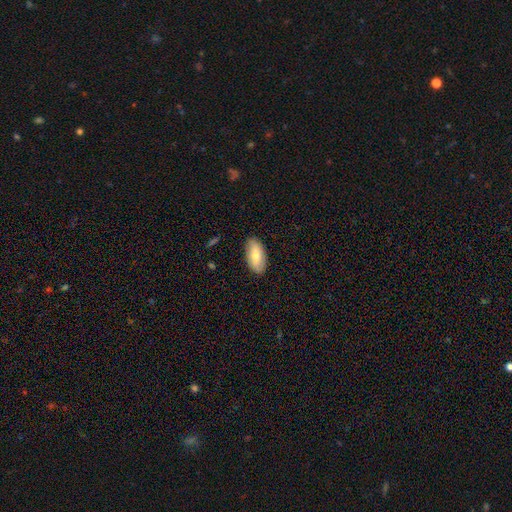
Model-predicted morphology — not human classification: type=smooth (68%); roundness=in between (90%); merging=none (87%).